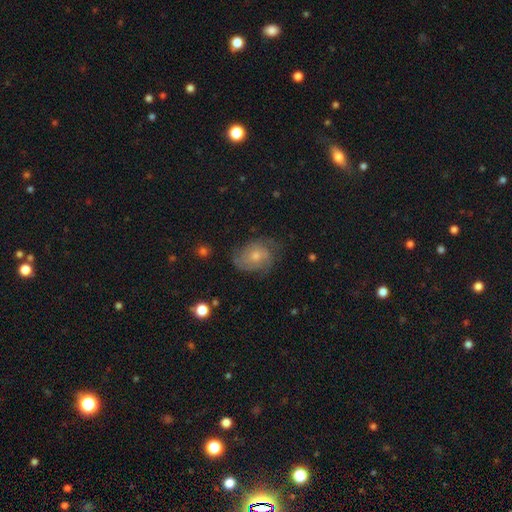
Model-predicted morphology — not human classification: smooth_or_featured: featured or disk (p=0.56) [alt: smooth p=0.35]
disk_edge_on: no (p=0.97) [alt: yes p=0.03]
bar: no (p=0.79) [alt: weak p=0.18]
has_spiral_arms: yes (p=0.83) [alt: no p=0.17]
bulge_size: moderate (p=0.50) [alt: small p=0.43]
merging: none (p=0.62) [alt: minor disturbance p=0.25]